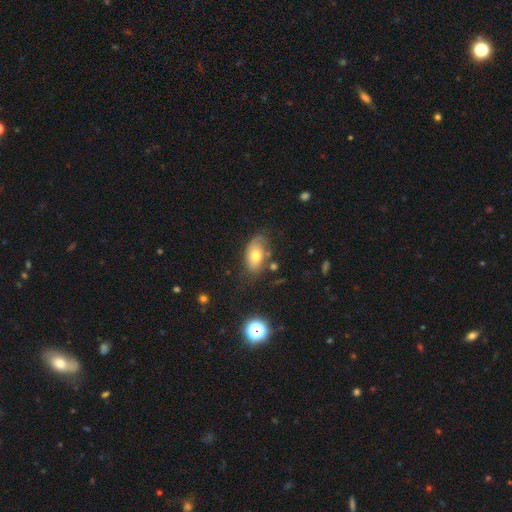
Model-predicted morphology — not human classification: Smooth or featured: smooth — 62% (featured or disk — 28%)
How rounded: in between — 90% (round — 8%)
Merging: none — 59% (minor disturbance — 26%)